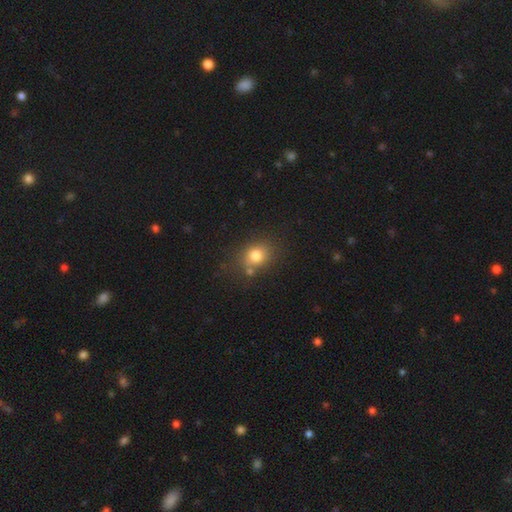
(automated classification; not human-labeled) Smooth or featured? smooth (79%)
How rounded? round (63%)
Merging? none (68%)